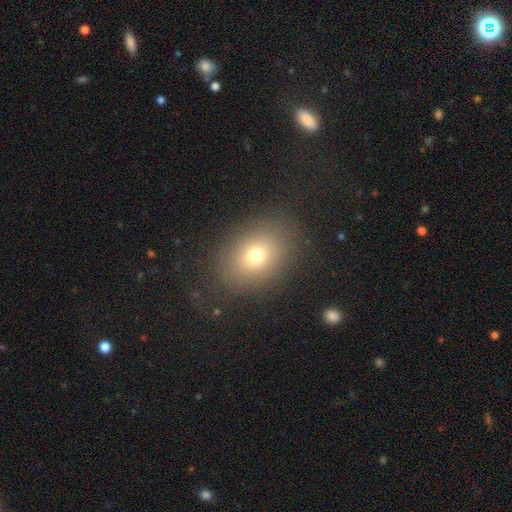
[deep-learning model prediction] This appears to be a smooth galaxy with no disk features (71%) that is in between round and cigar-shaped (66%). Merging: none (81%).